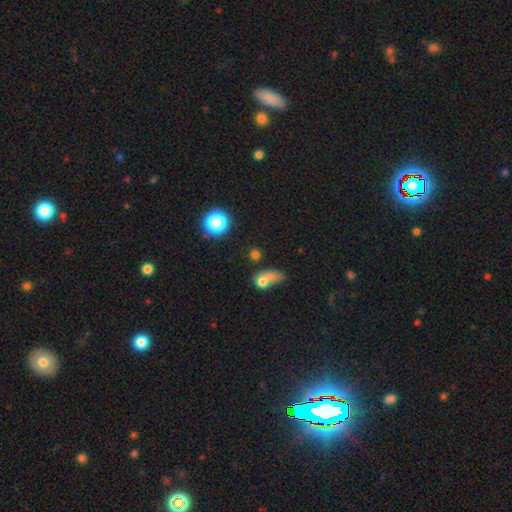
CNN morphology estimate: Smooth or featured? Predicted: smooth (p=0.55). How rounded? Predicted: round (p=0.52). Merging? Predicted: none (p=0.43).